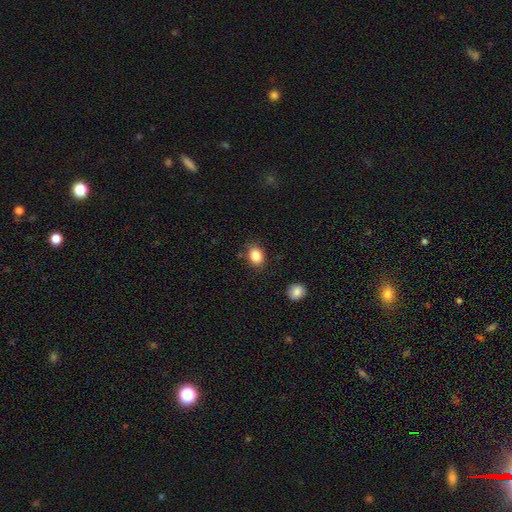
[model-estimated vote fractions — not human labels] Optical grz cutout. It shows a smooth galaxy with no disk features (86%) that is in between round and cigar-shaped (61%). Merging: none (83%).